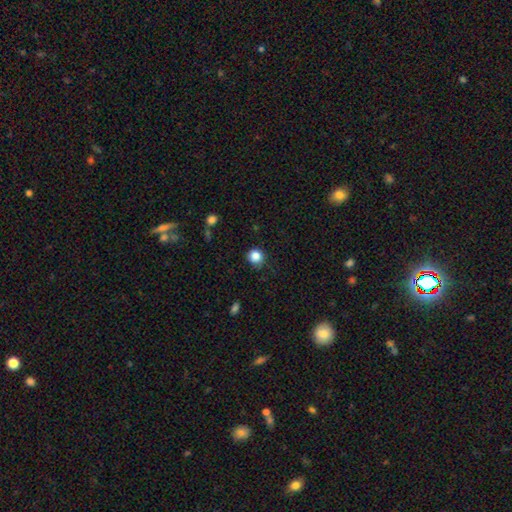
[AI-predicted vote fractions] Q: Smooth or featured?
A: smooth (85%); runner-up: star or artifact (11%)
Q: How rounded?
A: round (90%); runner-up: in between (10%)
Q: Merging?
A: none (83%); runner-up: minor disturbance (13%)